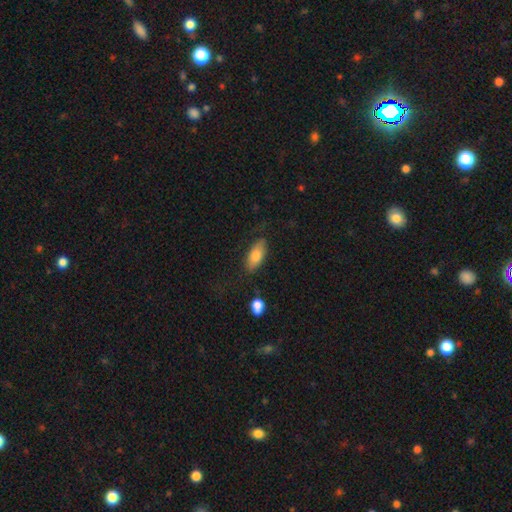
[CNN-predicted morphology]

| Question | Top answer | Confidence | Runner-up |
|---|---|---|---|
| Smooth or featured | smooth | 78% | featured or disk (15%) |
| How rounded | in between | 85% | cigar-shaped (12%) |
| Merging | none | 72% | minor disturbance (19%) |